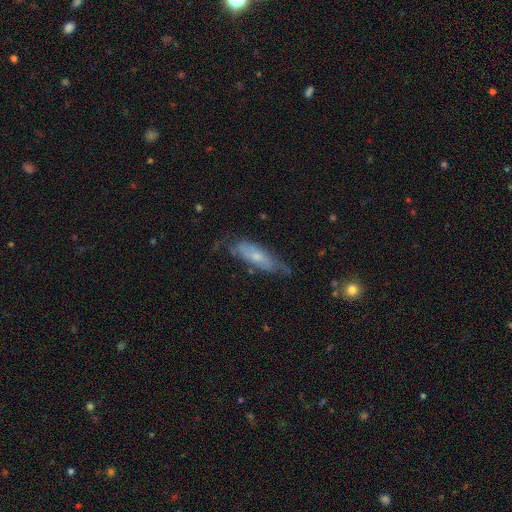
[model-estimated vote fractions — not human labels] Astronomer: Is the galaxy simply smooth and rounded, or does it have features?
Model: featured or disk — 50% (runner-up: smooth, 43%).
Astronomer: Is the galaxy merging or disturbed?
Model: none — 53% (runner-up: minor disturbance, 32%).